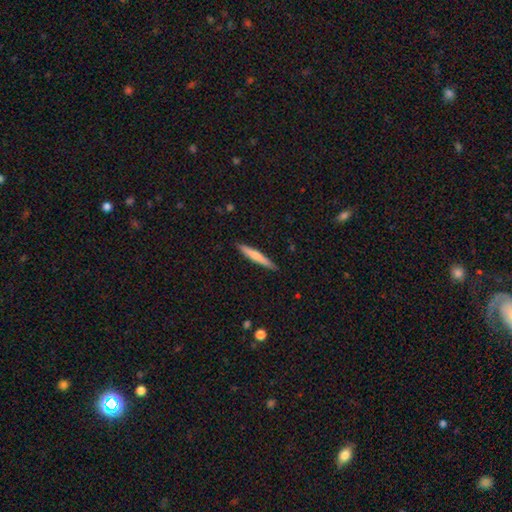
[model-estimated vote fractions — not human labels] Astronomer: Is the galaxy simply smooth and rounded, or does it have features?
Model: smooth — 64%.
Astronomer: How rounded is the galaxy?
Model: cigar-shaped — 95%.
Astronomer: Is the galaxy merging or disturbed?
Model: none — 90%.